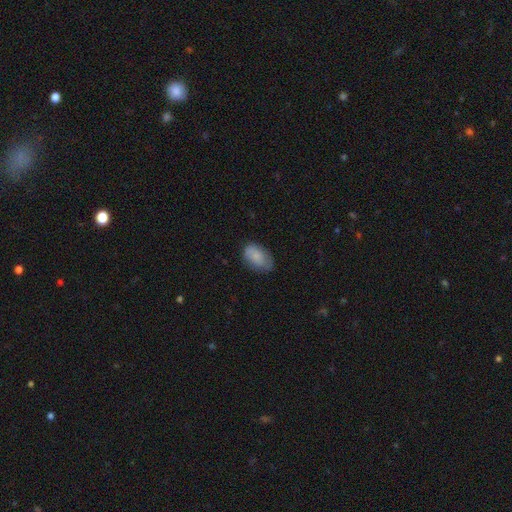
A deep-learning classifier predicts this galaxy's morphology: Smooth or featured? smooth (82%)
How rounded? in between (90%)
Merging? none (62%)